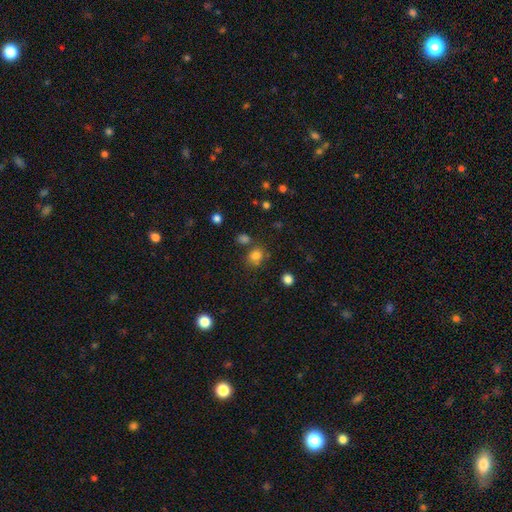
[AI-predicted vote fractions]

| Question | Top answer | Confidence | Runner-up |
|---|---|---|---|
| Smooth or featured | smooth | 79% | star or artifact (15%) |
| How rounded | round | 68% | in between (31%) |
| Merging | none | 71% | minor disturbance (14%) |